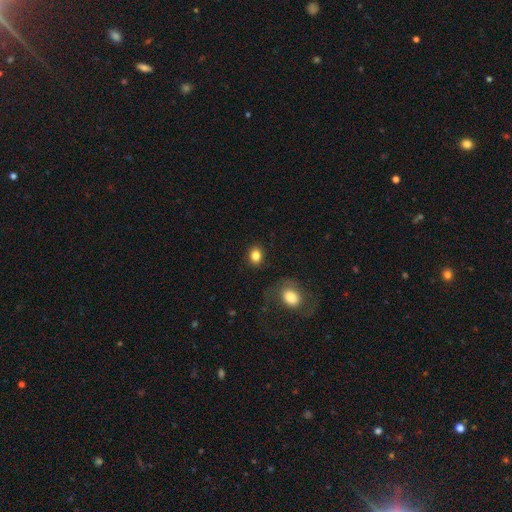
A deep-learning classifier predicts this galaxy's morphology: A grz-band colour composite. It shows a smooth galaxy with no disk features (83%) that is in between round and cigar-shaped (51%). Merging: none (86%).